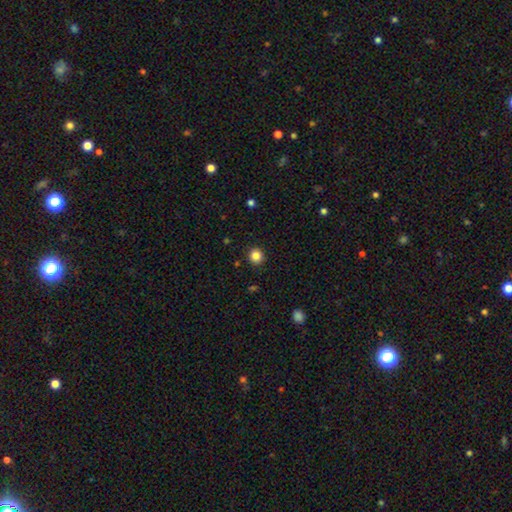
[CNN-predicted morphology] This is clearly a smooth galaxy (85%). How rounded: clearly round (91%). Merging: clearly none (92%).